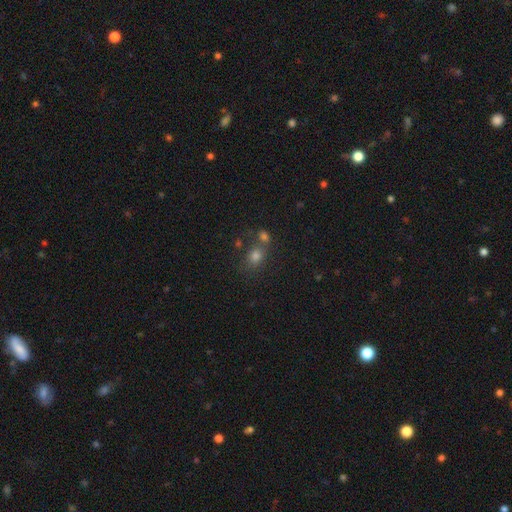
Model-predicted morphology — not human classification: This appears to be a smooth galaxy with no disk features (69%) that is round (58%). Merging: none (53%).